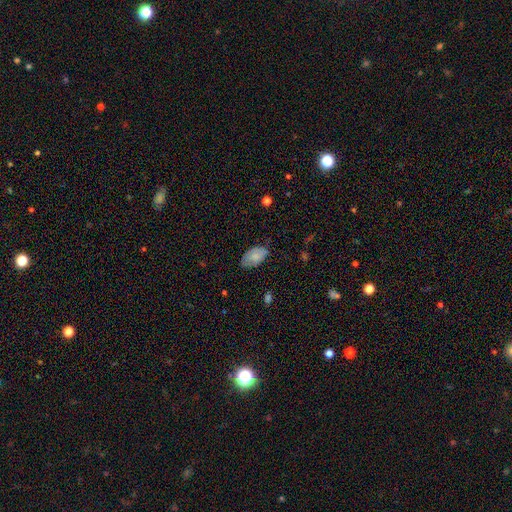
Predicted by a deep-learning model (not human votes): This appears to be a smooth galaxy with no disk features (78%) that is in between round and cigar-shaped (94%). Merging: none (69%).